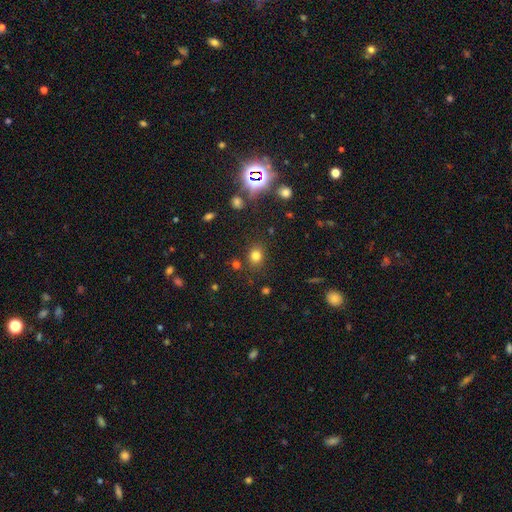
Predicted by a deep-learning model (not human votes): Q: Smooth or featured?
A: smooth (76%); runner-up: star or artifact (17%)
Q: How rounded?
A: round (62%); runner-up: in between (37%)
Q: Merging?
A: none (82%); runner-up: minor disturbance (11%)